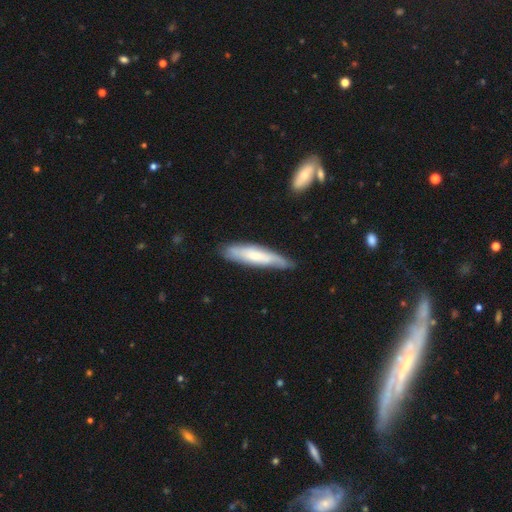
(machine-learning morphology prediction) The model was most divided on "smooth or featured": smooth: 54%, featured or disk: 40%, star or artifact: 6%. More confident: how rounded — cigar-shaped (78%); merging — none (72%).